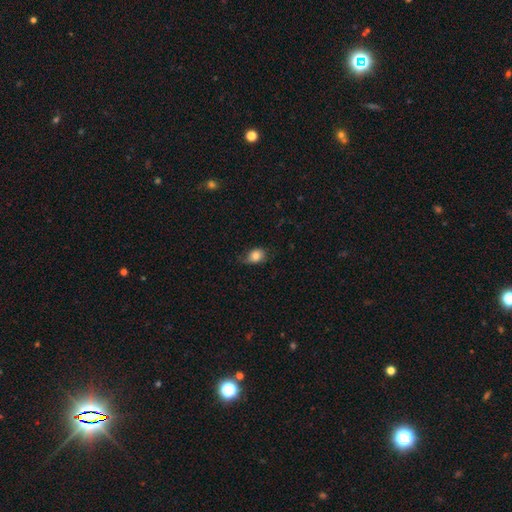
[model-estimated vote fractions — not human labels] Smooth or featured? Predicted: smooth (p=0.81). How rounded? Predicted: in between (p=0.68). Merging? Predicted: none (p=0.54).